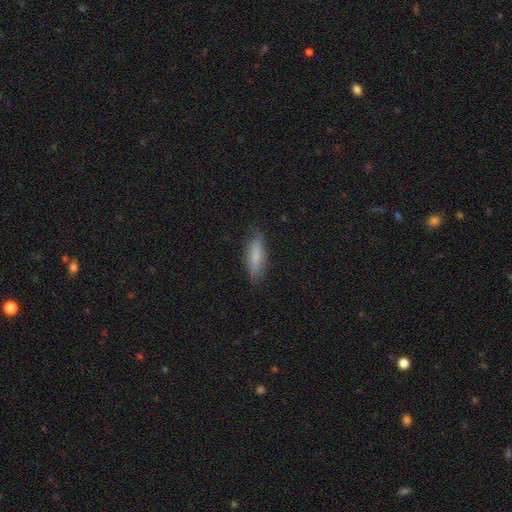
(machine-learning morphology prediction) This is likely a smooth galaxy (76%). How rounded: possibly cigar-shaped (56%). Merging: likely none (79%).